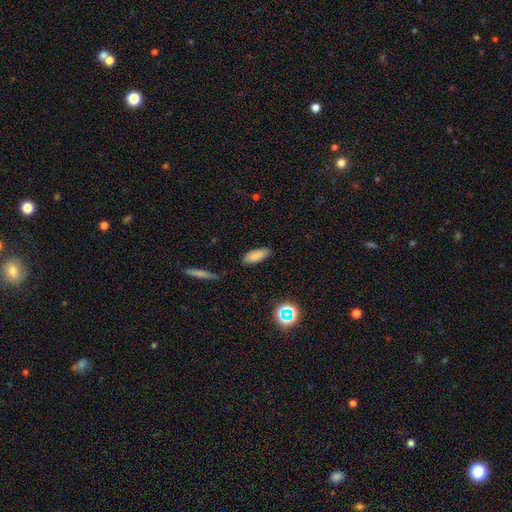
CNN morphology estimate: type=smooth (83%); roundness=in between (80%); merging=none (84%).